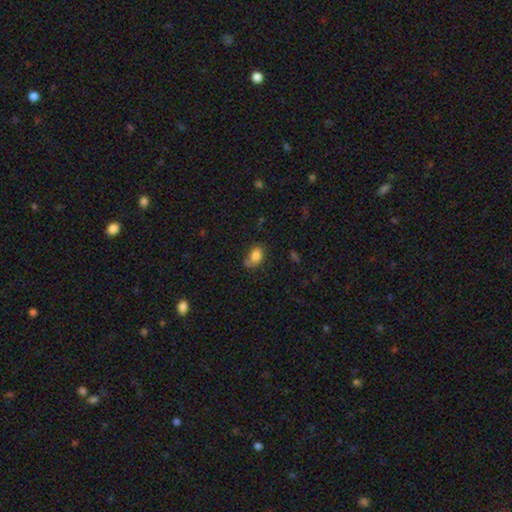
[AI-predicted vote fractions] Q: Smooth or featured?
A: smooth (82%); runner-up: star or artifact (10%)
Q: How rounded?
A: in between (73%); runner-up: round (26%)
Q: Merging?
A: none (55%); runner-up: minor disturbance (24%)